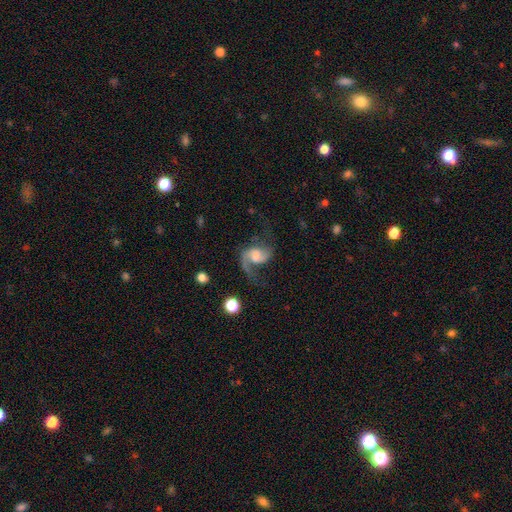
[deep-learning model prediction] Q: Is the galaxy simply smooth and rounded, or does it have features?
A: featured or disk — 84%.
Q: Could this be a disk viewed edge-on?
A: no — 98%.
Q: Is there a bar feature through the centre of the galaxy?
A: no — 46%.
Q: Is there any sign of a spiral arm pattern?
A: yes — 96%.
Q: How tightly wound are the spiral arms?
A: loose — 59%.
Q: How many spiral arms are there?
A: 2 — 71%.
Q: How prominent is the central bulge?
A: moderate — 41%.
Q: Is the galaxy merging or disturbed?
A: none — 50%.